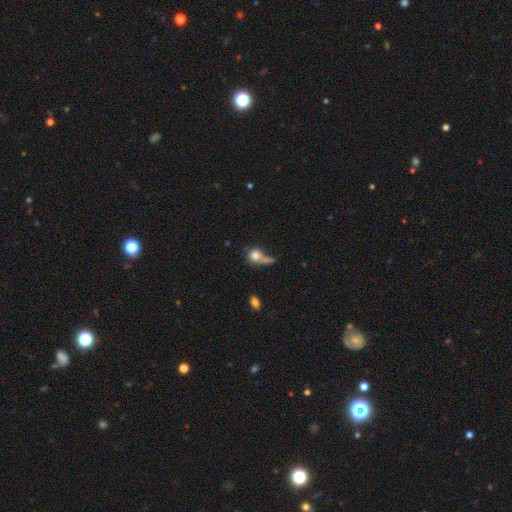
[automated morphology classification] This appears to be a smooth galaxy with no disk features (74%) that is round (69%). Merging: merger (34%).